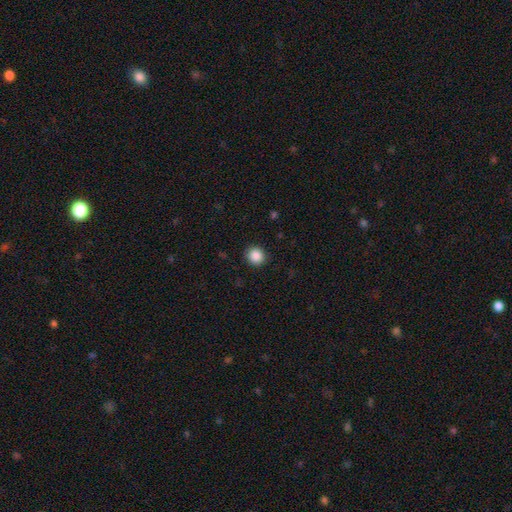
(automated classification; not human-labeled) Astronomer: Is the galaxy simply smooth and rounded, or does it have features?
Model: smooth — 88%.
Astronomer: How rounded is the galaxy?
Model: round — 86%.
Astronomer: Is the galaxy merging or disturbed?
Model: none — 90%.